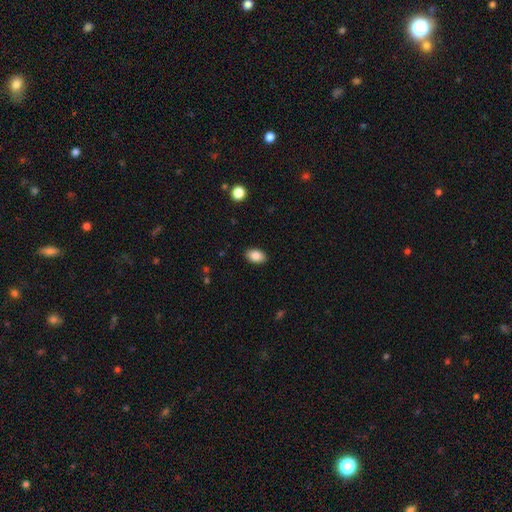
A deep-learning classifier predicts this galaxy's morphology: smooth 86%, star or artifact 8%, featured or disk 6%. Down the decision tree: how rounded — in between (90%); merging — none (89%).